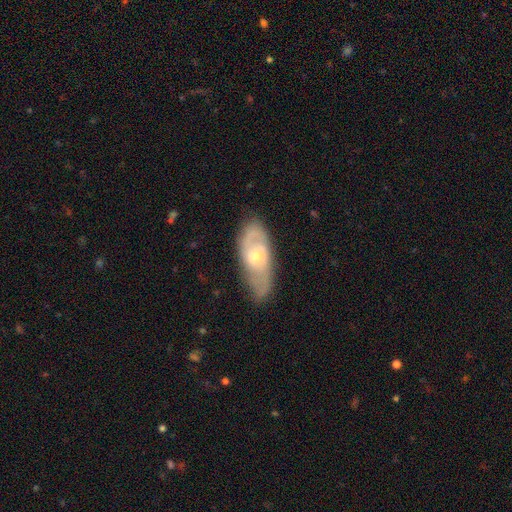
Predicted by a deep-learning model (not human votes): A featured or disk galaxy (70%) with no bar (62%), 2 (59%) tight (43%) spiral arms (83%) and a moderate central bulge (51%). Merging: none (69%).